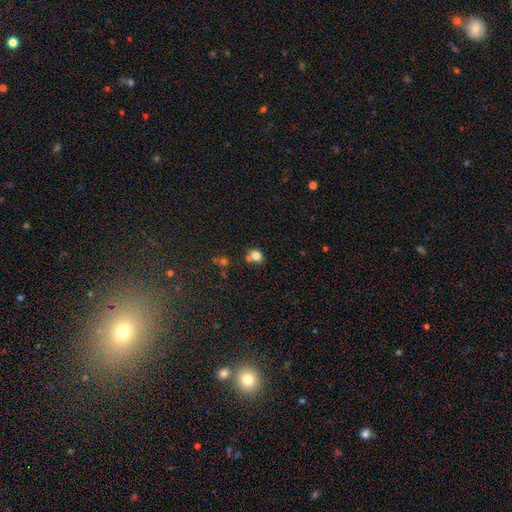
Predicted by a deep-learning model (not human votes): Smooth or featured?
  - smooth: 79% *
  - star or artifact: 12%
  - featured or disk: 9%
How rounded?
  - round: 62% *
  - in between: 37%
  - cigar-shaped: 1%
Merging?
  - none: 56% *
  - minor disturbance: 20%
  - merger: 18%
  - major disturbance: 6%